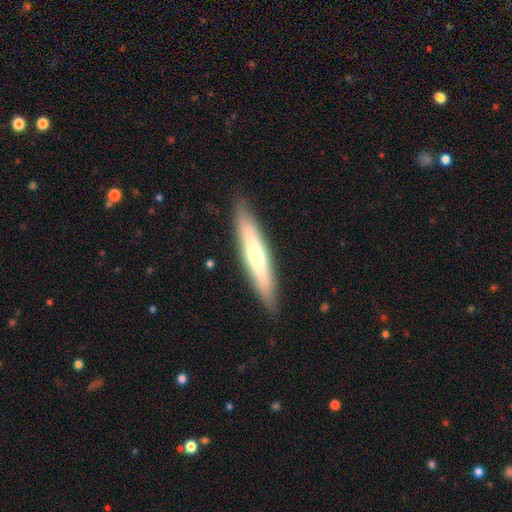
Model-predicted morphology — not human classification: Q: Smooth or featured?
A: smooth (50%); runner-up: featured or disk (44%)
Q: How rounded?
A: cigar-shaped (88%); runner-up: in between (10%)
Q: Merging?
A: none (89%); runner-up: minor disturbance (9%)